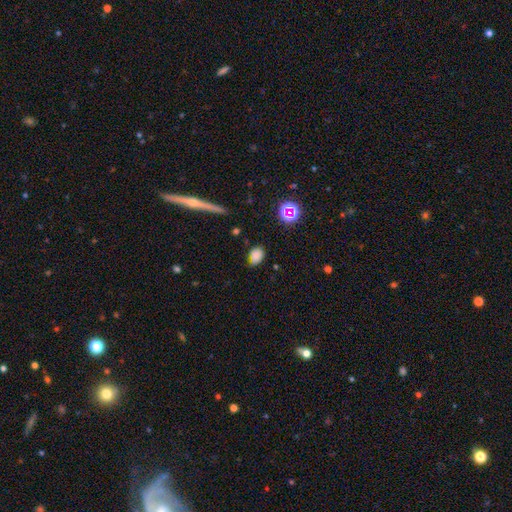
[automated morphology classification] type=smooth (76%); roundness=in between (66%); merging=none (59%).